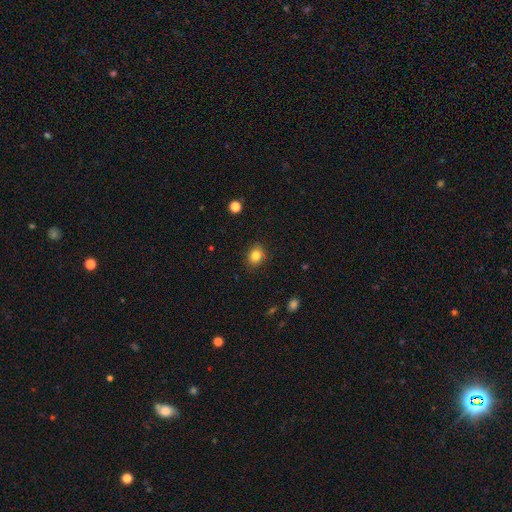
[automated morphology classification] type=smooth (83%); roundness=round (61%); merging=none (88%).